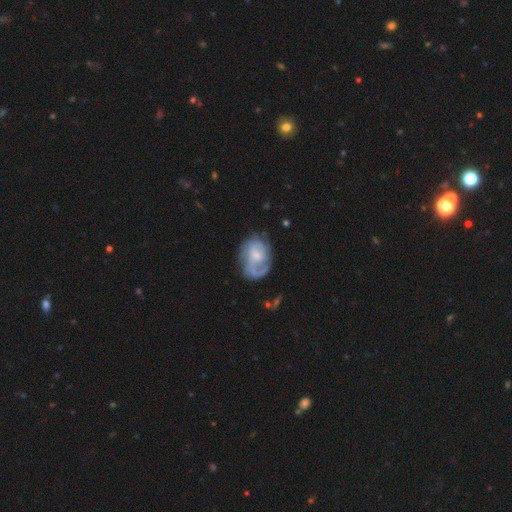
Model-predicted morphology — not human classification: Smooth or featured? featured or disk (75%)
Edge-on disk? no (97%)
Bar? no (67%)
Spiral arms? yes (87%)
Spiral winding? tight (41%)
Spiral arm count? 2 (33%)
Bulge size? small (53%)
Merging? none (56%)